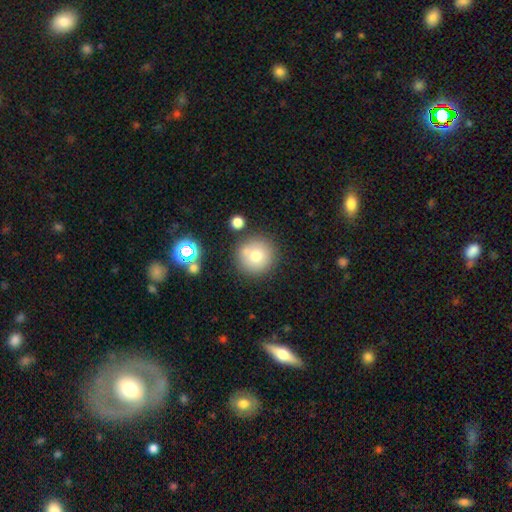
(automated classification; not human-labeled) Smooth or featured? smooth (74%)
How rounded? round (95%)
Merging? none (76%)